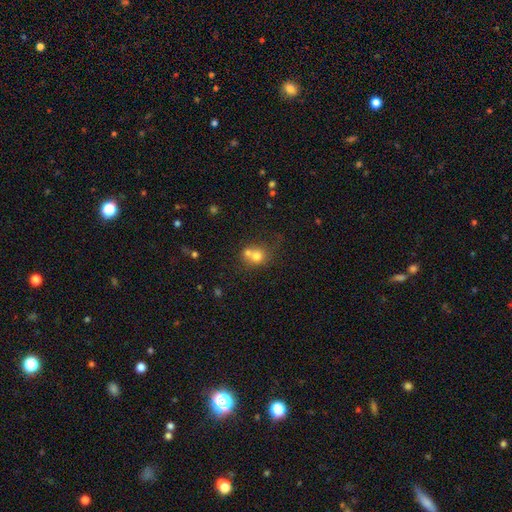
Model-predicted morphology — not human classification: Smooth or featured? smooth (70%)
How rounded? round (76%)
Merging? merger (54%)